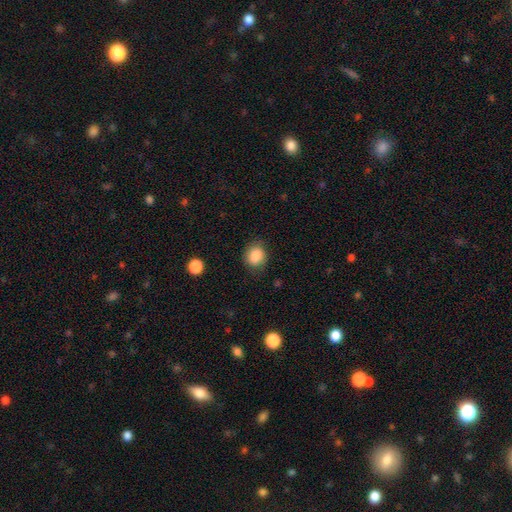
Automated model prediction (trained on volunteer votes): Morphology: type=smooth (87%); roundness=round (65%); merging=none (80%).